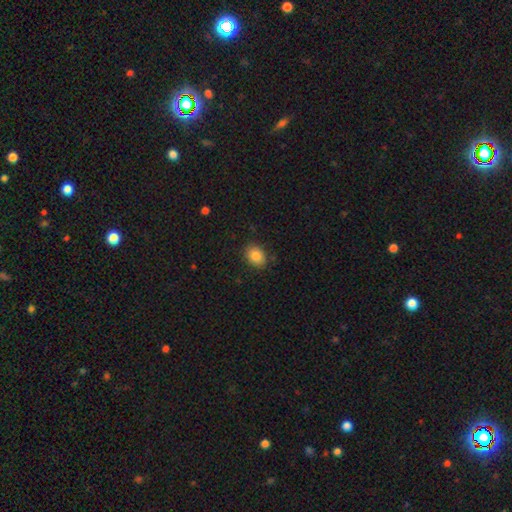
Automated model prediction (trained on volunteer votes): smooth 85%, star or artifact 9%, featured or disk 6%. Down the decision tree: how rounded — in between (62%); merging — none (85%).